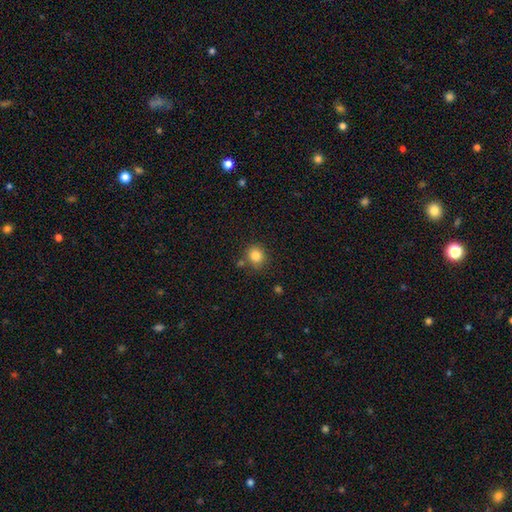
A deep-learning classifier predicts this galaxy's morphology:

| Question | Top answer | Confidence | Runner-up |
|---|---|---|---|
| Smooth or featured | smooth | 84% | star or artifact (11%) |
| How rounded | round | 84% | in between (15%) |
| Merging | none | 79% | minor disturbance (11%) |